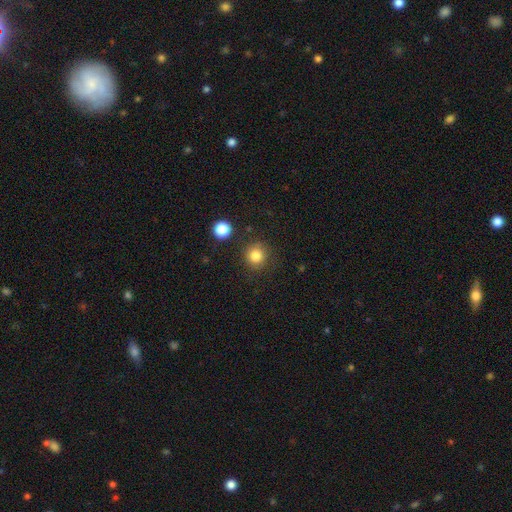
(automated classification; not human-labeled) Smooth or featured? Predicted: smooth (p=0.83). How rounded? Predicted: round (p=0.92). Merging? Predicted: none (p=0.86).